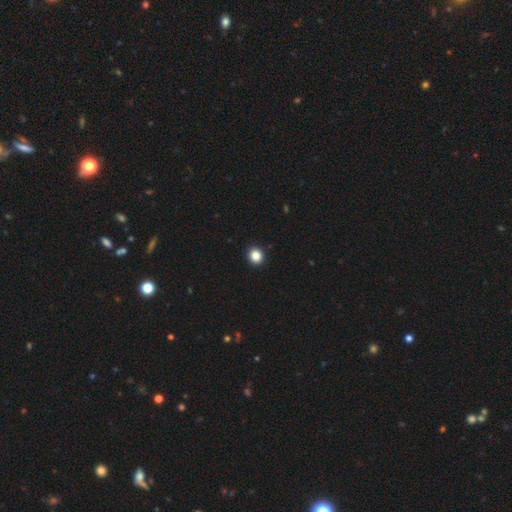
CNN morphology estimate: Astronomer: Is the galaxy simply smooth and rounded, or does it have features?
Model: smooth — 86%.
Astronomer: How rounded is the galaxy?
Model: round — 87%.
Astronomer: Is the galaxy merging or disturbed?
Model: none — 93%.